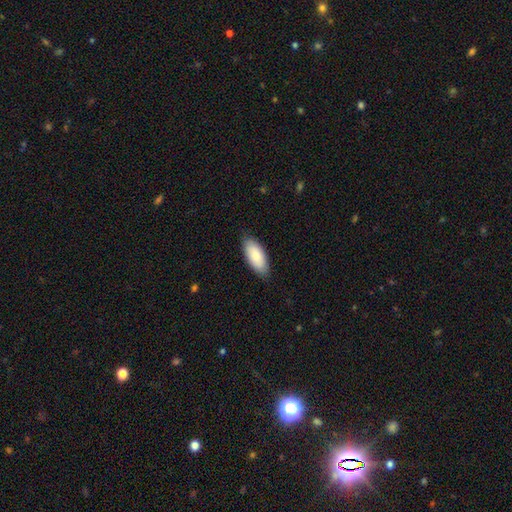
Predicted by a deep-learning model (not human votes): Smooth or featured? smooth (83%)
How rounded? in between (88%)
Merging? none (85%)